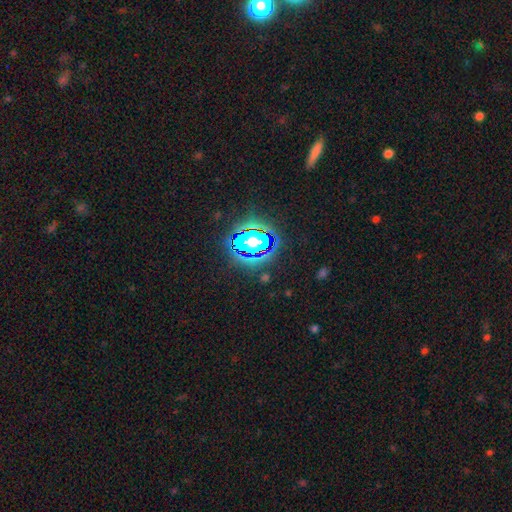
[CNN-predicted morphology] smooth-or-featured: star or artifact: 82% | smooth: 12% | featured or disk: 6%